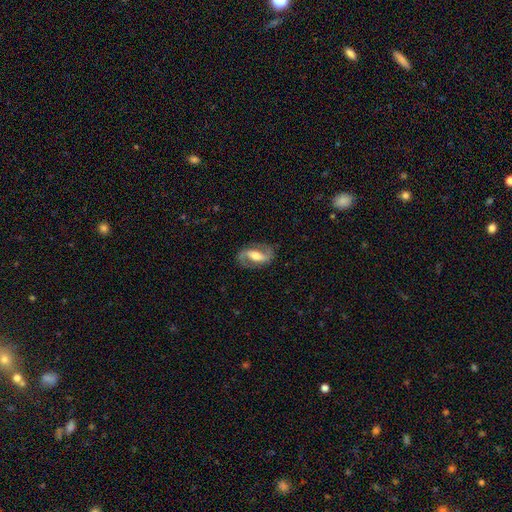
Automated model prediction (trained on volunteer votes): smooth_or_featured: featured or disk (p=0.80) [alt: smooth p=0.14]
disk_edge_on: no (p=0.94) [alt: yes p=0.06]
bar: strong (p=0.44) [alt: weak p=0.36]
has_spiral_arms: yes (p=0.91) [alt: no p=0.09]
spiral_winding: medium (p=0.46) [alt: loose p=0.36]
spiral_arm_count: 2 (p=0.91) [alt: can't tell p=0.04]
bulge_size: moderate (p=0.62) [alt: small p=0.20]
merging: none (p=0.81) [alt: minor disturbance p=0.12]